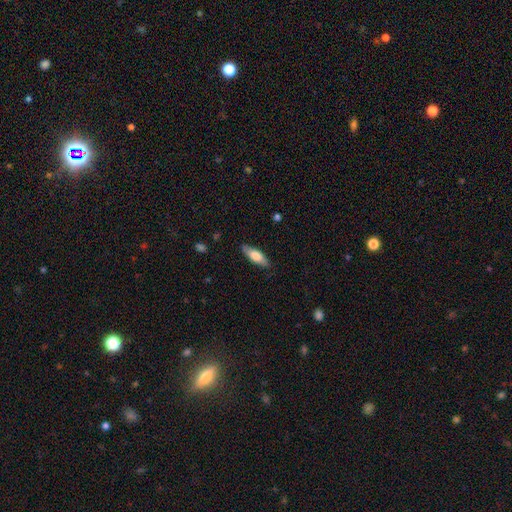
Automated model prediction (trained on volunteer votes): The model was most divided on "how rounded": in between: 61%, cigar-shaped: 37%, round: 2%. More confident: merging — none (84%); smooth or featured — smooth (69%).